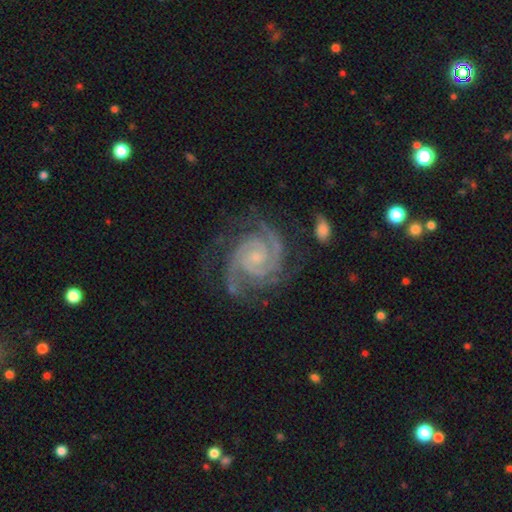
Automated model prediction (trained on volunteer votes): Smooth or featured: featured or disk — 93% (star or artifact — 5%)
Edge-on disk: no — 98% (yes — 2%)
Bar: no — 63% (weak — 29%)
Spiral arms: yes — 99% (no — 1%)
Spiral winding: tight — 71% (medium — 26%)
Spiral arm count: 2 — 57% (3 — 23%)
Bulge size: small — 67% (moderate — 20%)
Merging: none — 74% (minor disturbance — 17%)